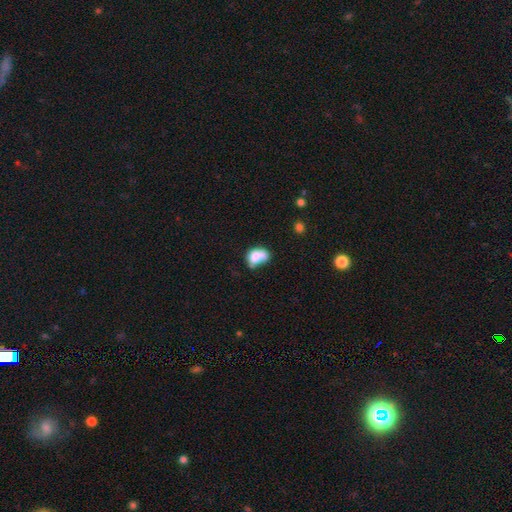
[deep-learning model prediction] This is likely a smooth galaxy (69%). How rounded: likely in between (74%). Merging: marginally merger (41%).